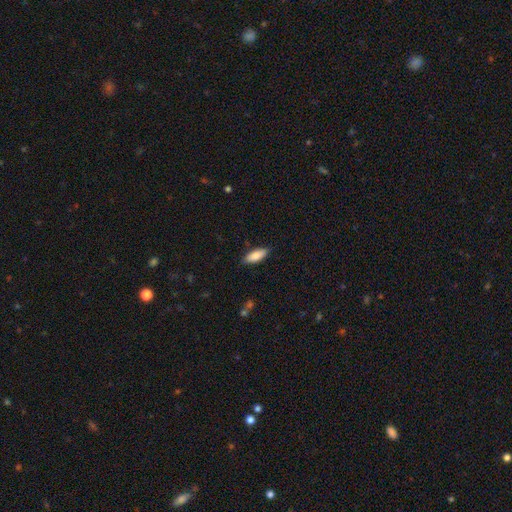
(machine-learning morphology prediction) smooth_or_featured: smooth (p=0.83) [alt: featured or disk p=0.11]
how_rounded: in between (p=0.75) [alt: cigar-shaped p=0.23]
merging: none (p=0.86) [alt: minor disturbance p=0.11]